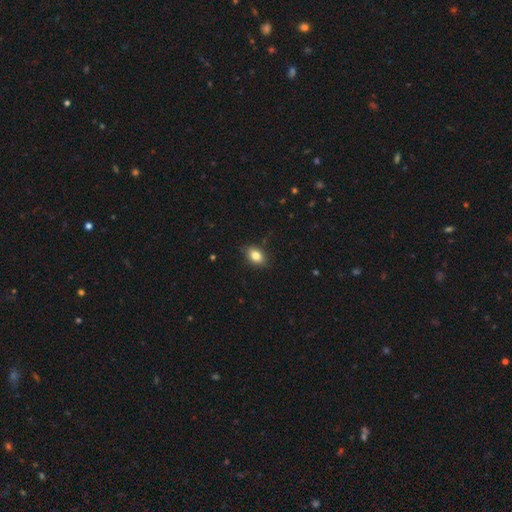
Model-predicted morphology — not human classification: Smooth or featured?
  - smooth: 83% *
  - star or artifact: 9%
  - featured or disk: 8%
How rounded?
  - in between: 80% *
  - round: 18%
  - cigar-shaped: 2%
Merging?
  - none: 85% *
  - minor disturbance: 11%
  - major disturbance: 2%
  - merger: 1%